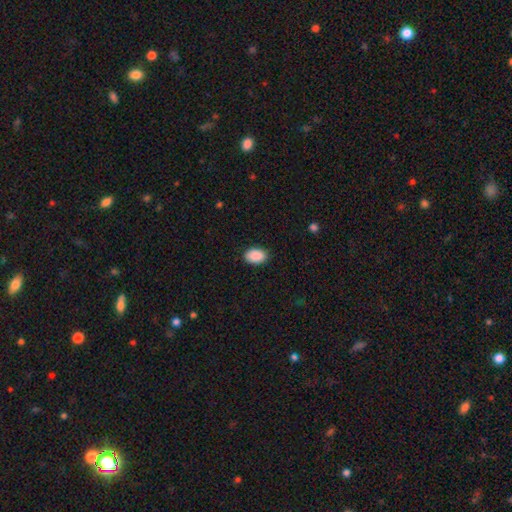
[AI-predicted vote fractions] A smooth galaxy with no disk features (90%) that is in between round and cigar-shaped (88%).

Vote fractions:
- Smooth or featured? smooth: 90% / star or artifact: 7% / featured or disk: 3%
- How rounded? in between: 88% / round: 11% / cigar-shaped: 1%
- Merging? none: 89% / minor disturbance: 8% / major disturbance: 2% / merger: 1%